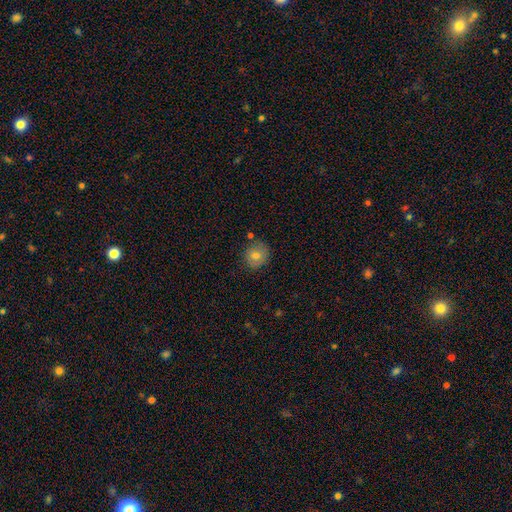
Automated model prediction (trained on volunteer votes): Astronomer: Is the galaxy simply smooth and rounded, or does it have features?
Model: smooth — 76%.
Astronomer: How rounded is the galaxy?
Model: round — 85%.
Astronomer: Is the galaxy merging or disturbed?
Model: none — 78%.